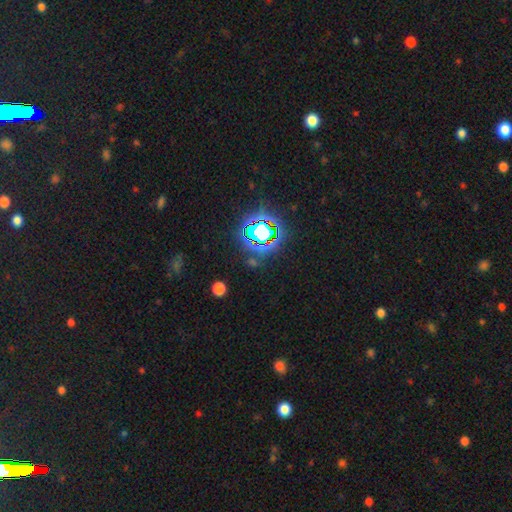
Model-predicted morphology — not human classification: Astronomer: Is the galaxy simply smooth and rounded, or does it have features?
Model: star or artifact — 81%.